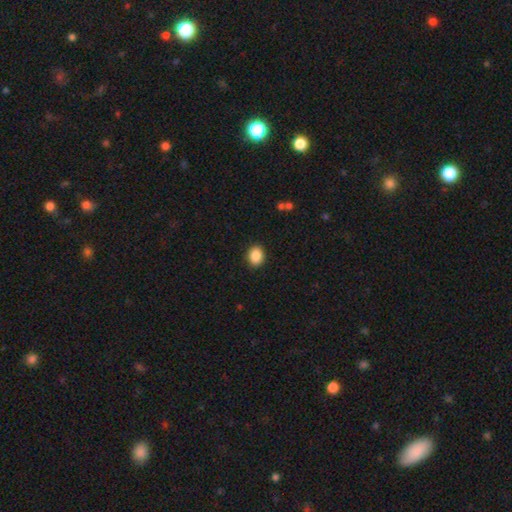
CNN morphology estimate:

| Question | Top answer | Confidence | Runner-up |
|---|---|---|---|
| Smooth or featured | smooth | 89% | star or artifact (8%) |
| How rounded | in between | 58% | round (41%) |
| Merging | none | 90% | minor disturbance (7%) |